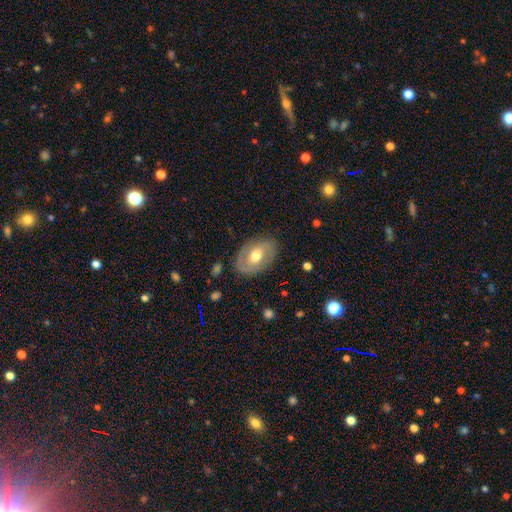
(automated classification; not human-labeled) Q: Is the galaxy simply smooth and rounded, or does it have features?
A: featured or disk — 53%.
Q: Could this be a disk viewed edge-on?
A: no — 93%.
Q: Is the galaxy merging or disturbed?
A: none — 80%.